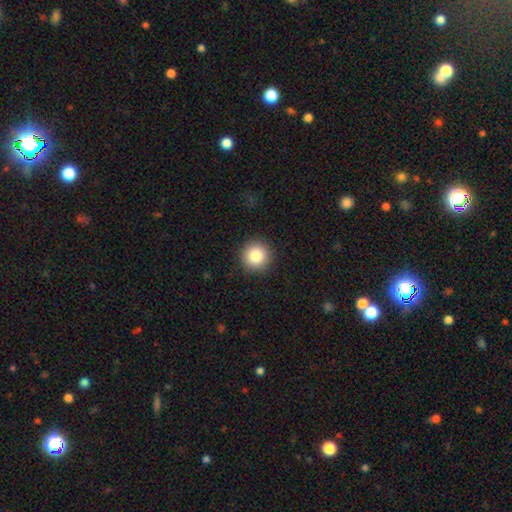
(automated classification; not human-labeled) Overall: smooth (84%). How rounded: round (95%). Merging: none (92%).